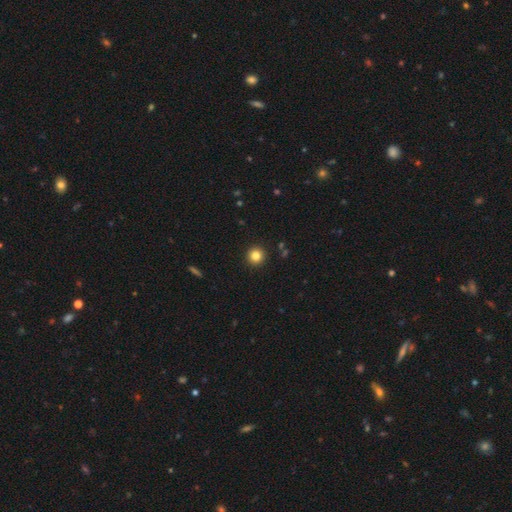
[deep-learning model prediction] Smooth or featured? smooth (82%)
How rounded? round (95%)
Merging? none (93%)